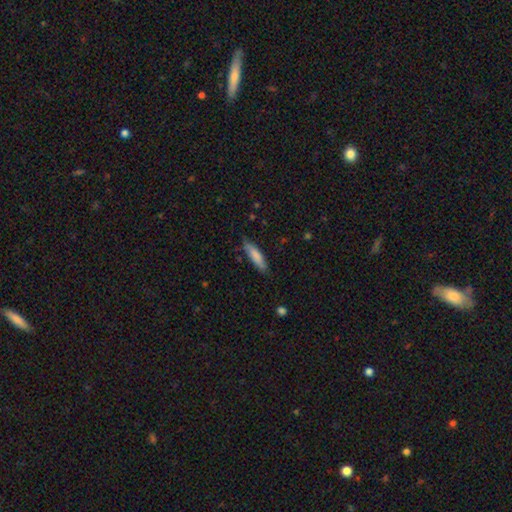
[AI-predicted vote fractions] A smooth galaxy with no disk features (80%) that is cigar-shaped (70%).

Vote fractions:
- Smooth or featured? smooth: 80% / featured or disk: 14% / star or artifact: 6%
- How rounded? cigar-shaped: 70% / in between: 28% / round: 1%
- Merging? none: 78% / minor disturbance: 17% / major disturbance: 3% / merger: 2%